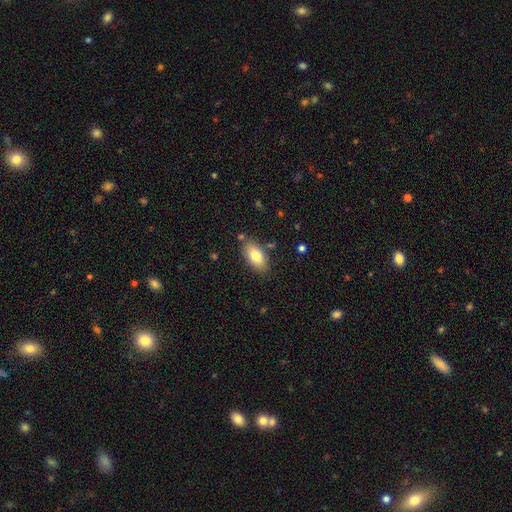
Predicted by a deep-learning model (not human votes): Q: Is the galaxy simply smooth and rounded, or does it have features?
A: smooth — 80%.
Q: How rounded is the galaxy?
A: in between — 92%.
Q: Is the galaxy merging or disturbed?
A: none — 80%.